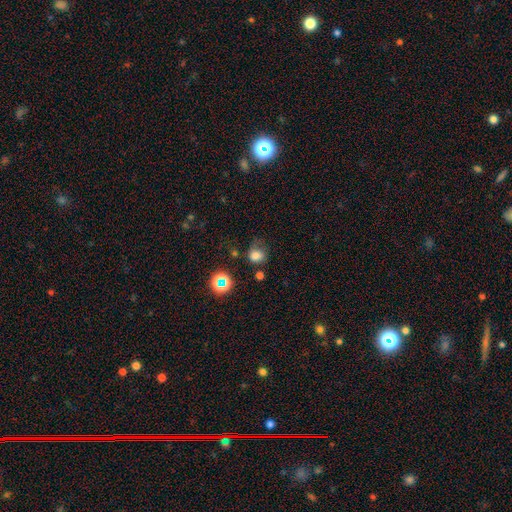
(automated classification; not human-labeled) smooth 75%, star or artifact 16%, featured or disk 9%. Down the decision tree: how rounded — round (71%); merging — none (49%).